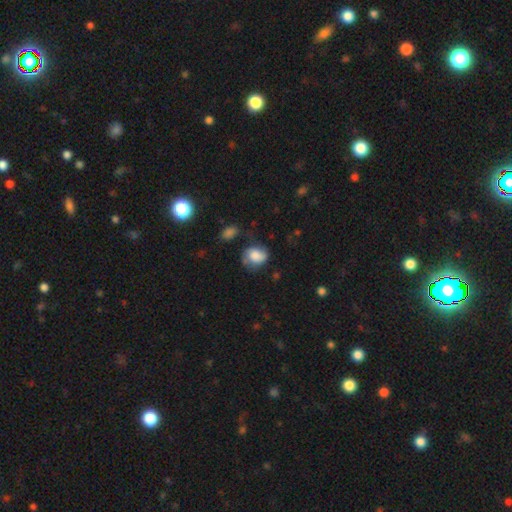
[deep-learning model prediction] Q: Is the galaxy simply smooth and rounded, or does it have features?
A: smooth — 67%.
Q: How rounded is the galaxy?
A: round — 53%.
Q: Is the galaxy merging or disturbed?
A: none — 48%.